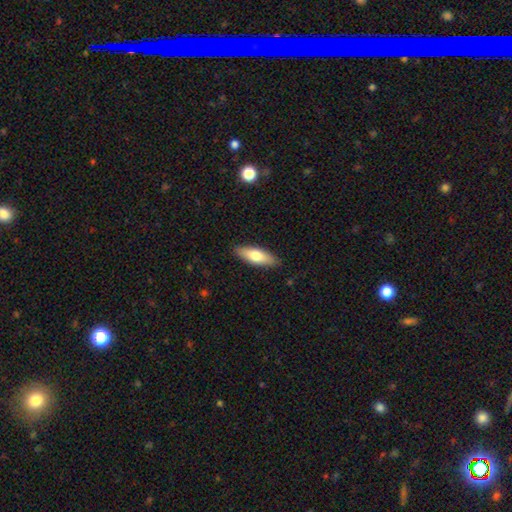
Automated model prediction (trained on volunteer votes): A smooth galaxy with no disk features (70%) that is in between round and cigar-shaped (62%).

Vote fractions:
- Smooth or featured? smooth: 70% / featured or disk: 24% / star or artifact: 6%
- How rounded? in between: 62% / cigar-shaped: 36% / round: 2%
- Merging? none: 88% / minor disturbance: 9% / major disturbance: 2% / merger: 1%